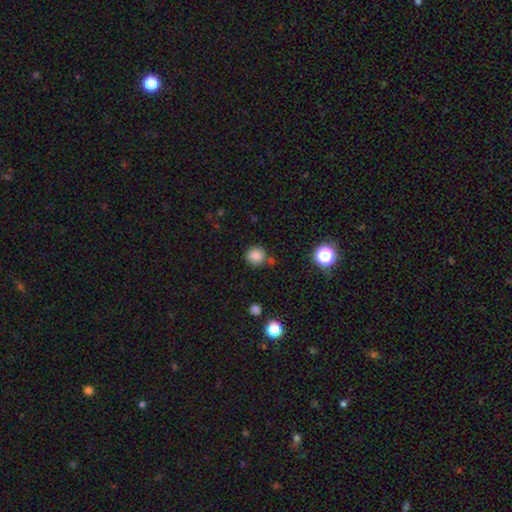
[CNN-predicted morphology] This is clearly a smooth galaxy (83%). How rounded: clearly round (84%). Merging: likely none (75%).